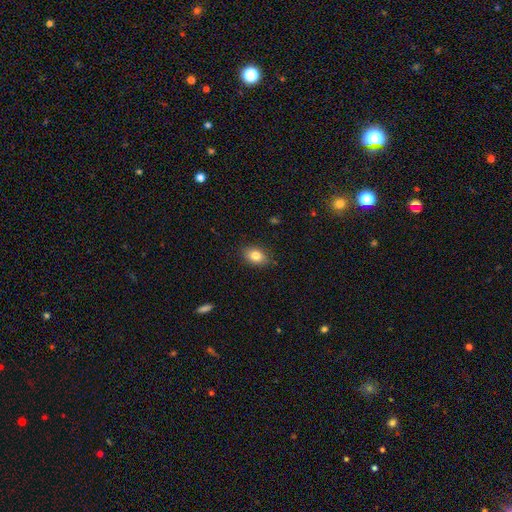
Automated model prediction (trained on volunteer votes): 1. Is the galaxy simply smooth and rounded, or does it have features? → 83% smooth, 9% star or artifact, 8% featured or disk.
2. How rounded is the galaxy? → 76% in between, 22% round, 1% cigar-shaped.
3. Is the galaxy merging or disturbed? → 83% none, 14% minor disturbance, 3% major disturbance, 1% merger.